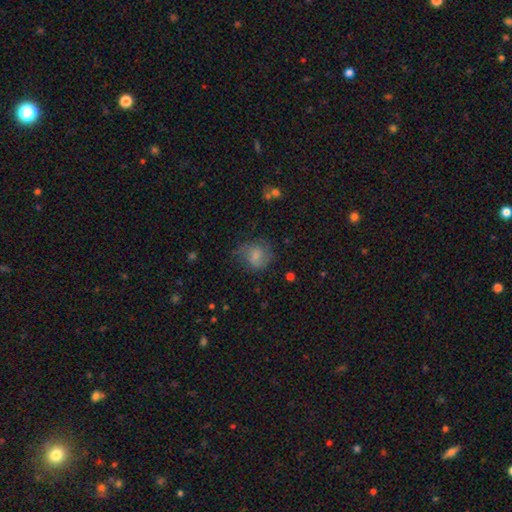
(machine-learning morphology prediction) smooth-or-featured: smooth: 64% | featured or disk: 27% | star or artifact: 9%
  how-rounded: round: 70% | in between: 29% | cigar-shaped: 1%
  merging: none: 56% | minor disturbance: 27% | major disturbance: 16% | merger: 2%